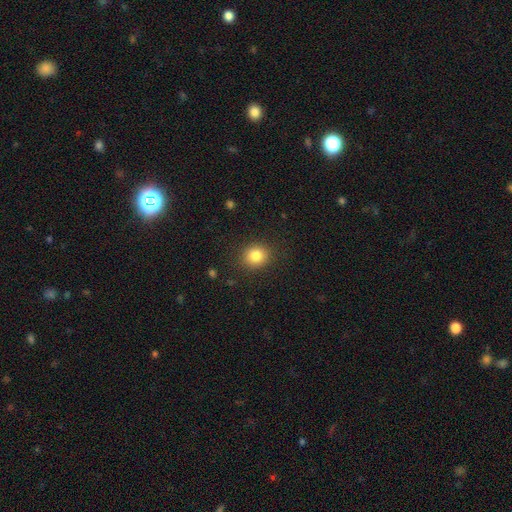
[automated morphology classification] smooth 84%, star or artifact 10%, featured or disk 6%. Down the decision tree: how rounded — round (81%); merging — none (89%).